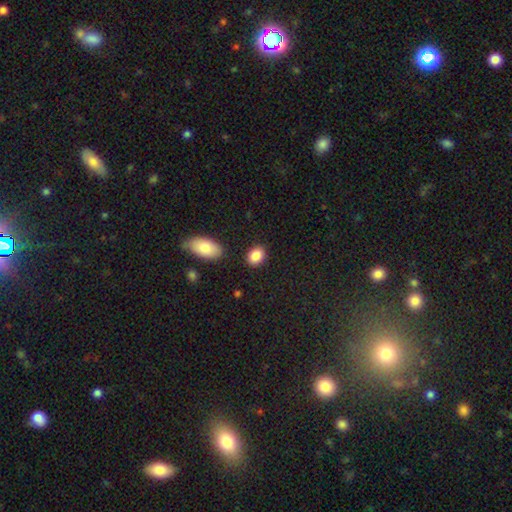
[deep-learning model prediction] Smooth or featured? Predicted: smooth (p=0.88). How rounded? Predicted: in between (p=0.68). Merging? Predicted: none (p=0.85).